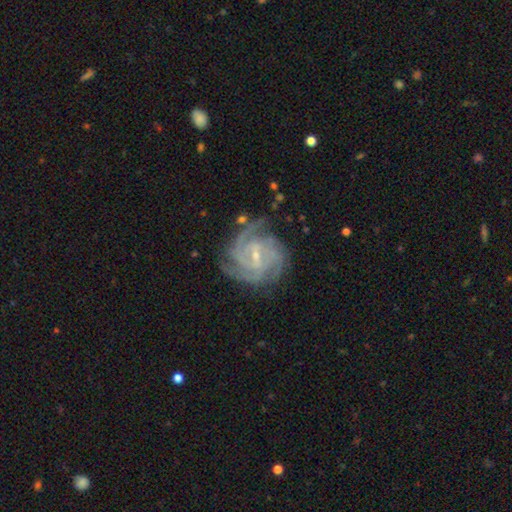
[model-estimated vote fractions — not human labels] featured or disk 89%, star or artifact 6%, smooth 5%. Down the decision tree: edge-on disk — no (98%); bar — weak (54%); spiral arms — yes (98%); spiral arm count — 4 (37%); spiral winding — tight (65%); bulge size — small (72%); merging — none (71%).